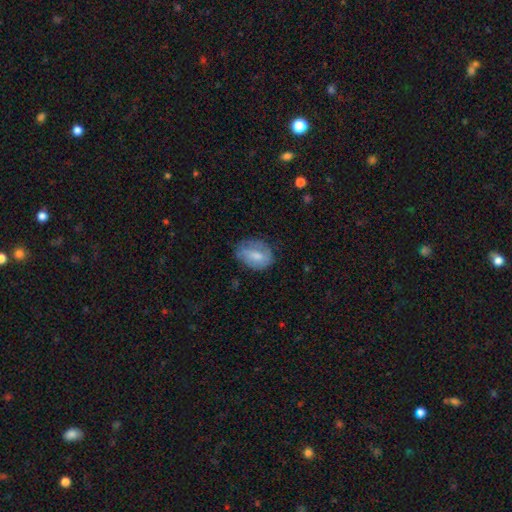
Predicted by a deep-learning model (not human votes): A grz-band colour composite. It shows a smooth galaxy with no disk features (62%) that is in between round and cigar-shaped (74%). Merging: none (60%).